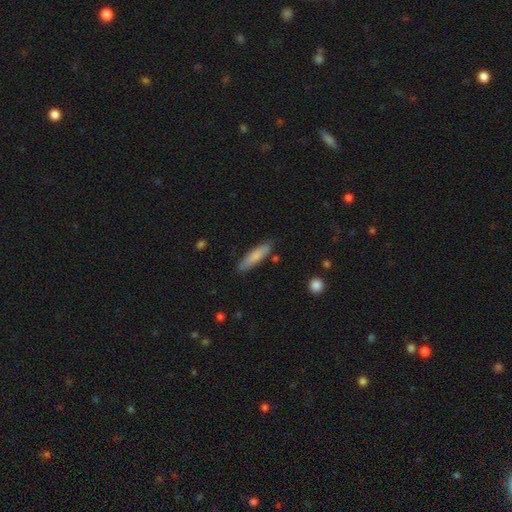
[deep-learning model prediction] Smooth or featured: smooth — 78% (featured or disk — 17%)
How rounded: cigar-shaped — 75% (in between — 23%)
Merging: none — 83% (minor disturbance — 12%)